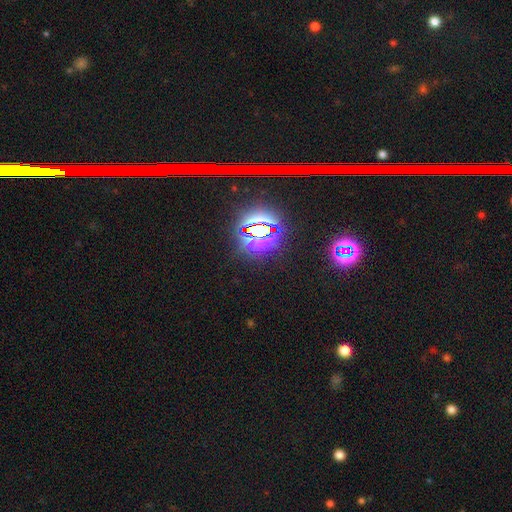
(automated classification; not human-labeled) smooth-or-featured: star or artifact: 64% | smooth: 28% | featured or disk: 9%